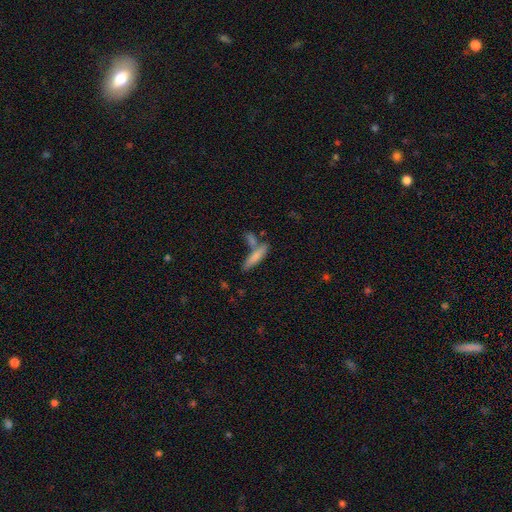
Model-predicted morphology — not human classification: smooth-or-featured: smooth: 75% | featured or disk: 18% | star or artifact: 7%
  how-rounded: cigar-shaped: 75% | in between: 23% | round: 2%
  merging: none: 59% | merger: 23% | minor disturbance: 13% | major disturbance: 4%